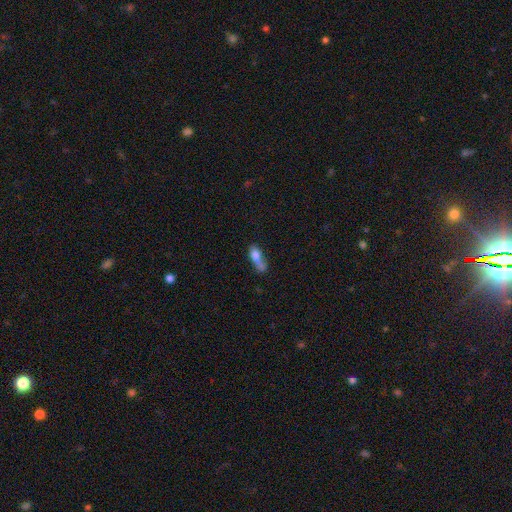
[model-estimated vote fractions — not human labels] A smooth galaxy with no disk features (70%) that is in between round and cigar-shaped (63%).

Vote fractions:
- Smooth or featured? smooth: 70% / featured or disk: 20% / star or artifact: 10%
- How rounded? in between: 63% / cigar-shaped: 28% / round: 9%
- Merging? merger: 36% / none: 26% / major disturbance: 21% / minor disturbance: 18%